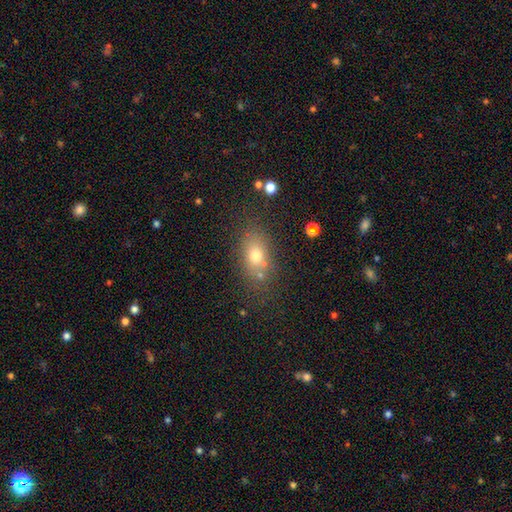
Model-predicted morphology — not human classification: type=smooth (73%); roundness=in between (72%); merging=none (70%).